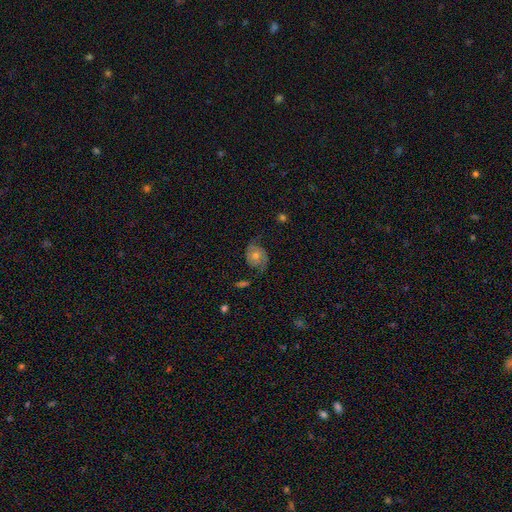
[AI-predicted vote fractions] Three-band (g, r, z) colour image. It shows a featured or disk galaxy (74%) with no bar (77%), 2 (84%) medium (41%) spiral arms (92%) and a moderate central bulge (62%). Merging: none (68%).